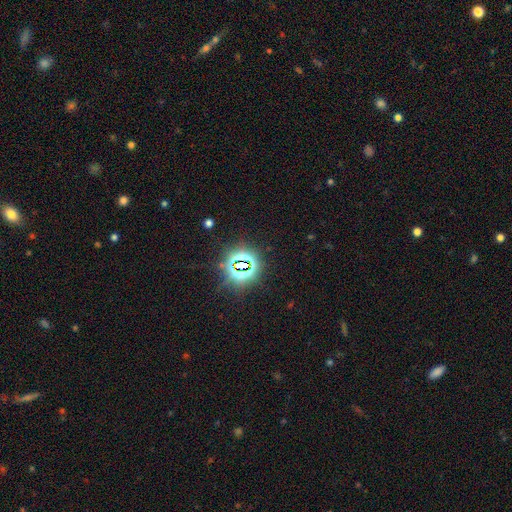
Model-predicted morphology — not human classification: star or artifact 83%, smooth 11%, featured or disk 6%.